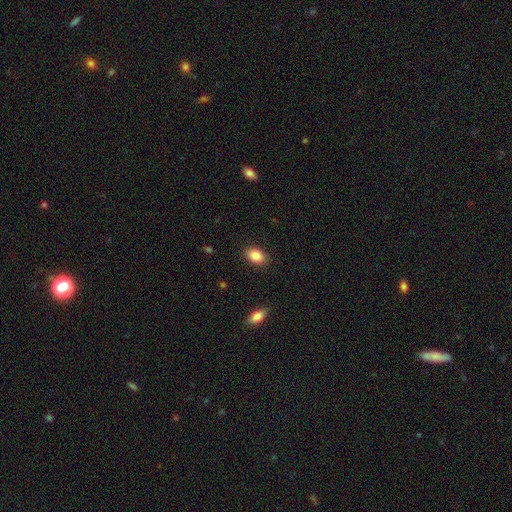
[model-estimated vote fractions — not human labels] This appears to be a smooth galaxy with no disk features (87%) that is in between round and cigar-shaped (84%). Merging: none (87%).